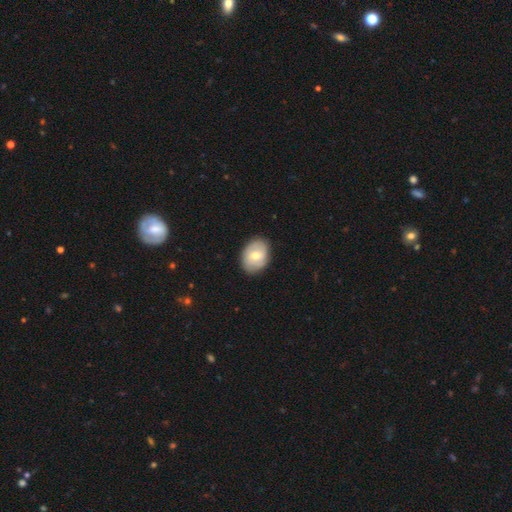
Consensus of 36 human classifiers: This is likely a smooth galaxy (64%). How rounded: likely in between (70%). Merging: clearly none (86%).